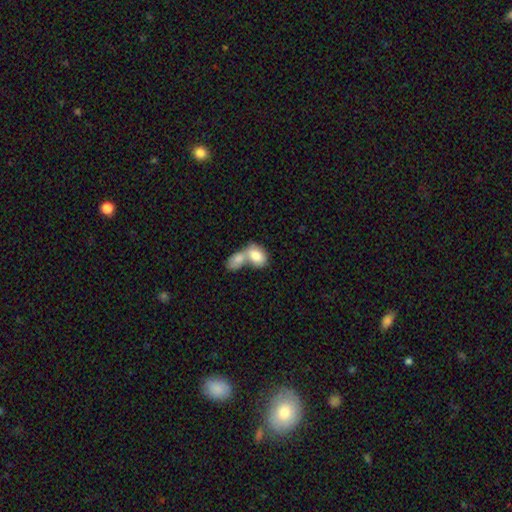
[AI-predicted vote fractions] This appears to be a smooth galaxy with no disk features (79%) that is in between round and cigar-shaped (86%). Merging: merger (71%).